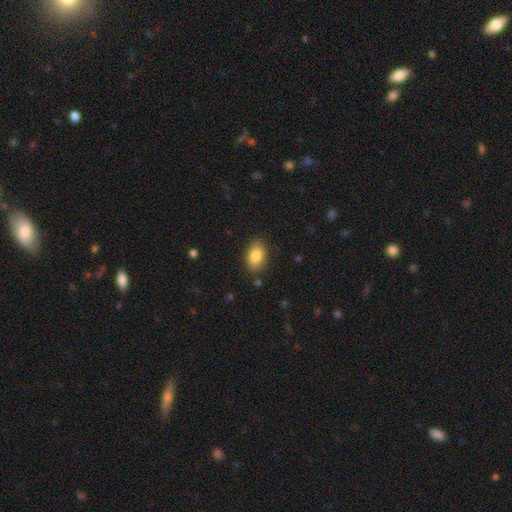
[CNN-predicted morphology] smooth 85%, star or artifact 8%, featured or disk 7%. Down the decision tree: how rounded — in between (87%); merging — none (86%).